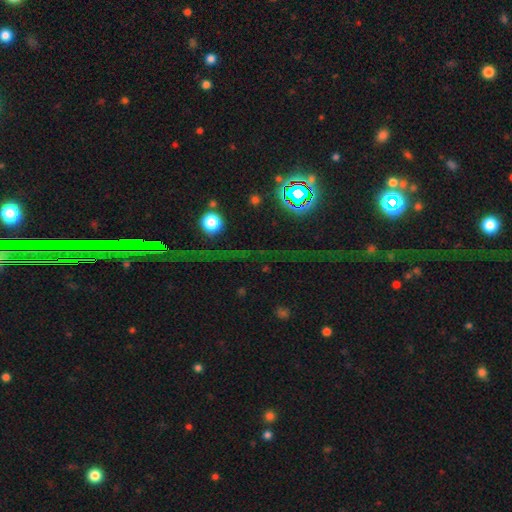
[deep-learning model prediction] Overall: star or artifact (76%).